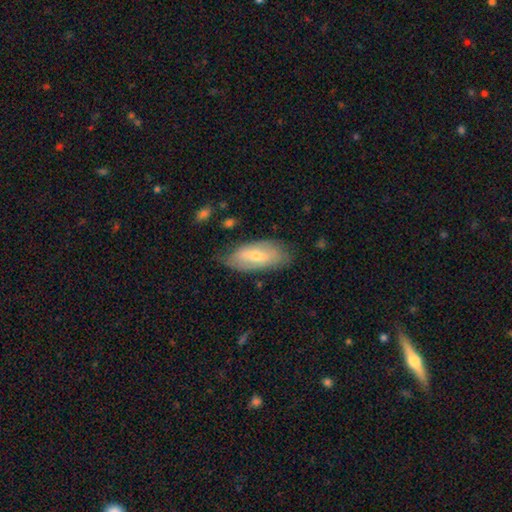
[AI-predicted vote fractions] A smooth galaxy with no disk features (50%) that is in between round and cigar-shaped (86%). Merging: none (71%).